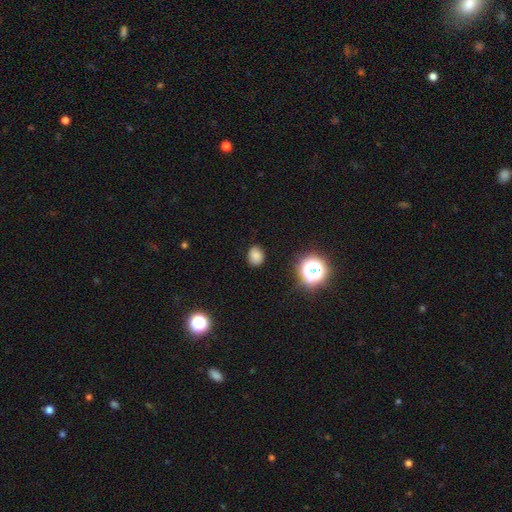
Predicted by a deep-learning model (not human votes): A smooth galaxy with no disk features (78%) that is round (55%). Merging: none (84%).